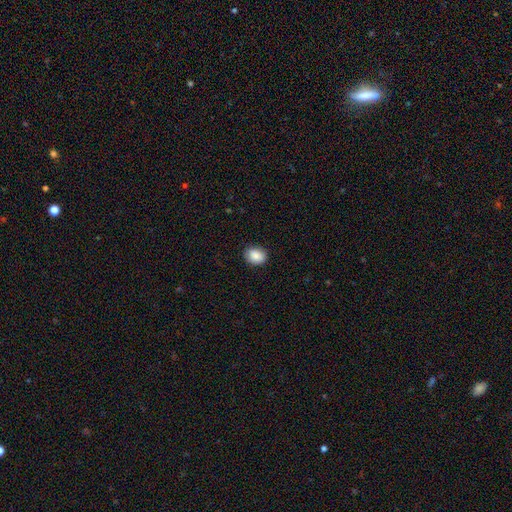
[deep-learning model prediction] Smooth or featured? smooth (88%)
How rounded? in between (53%)
Merging? none (87%)